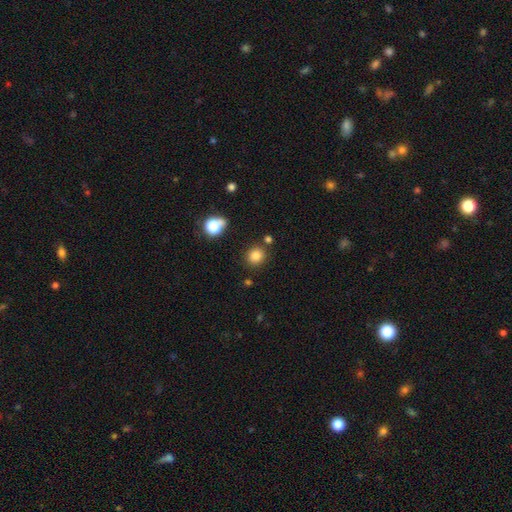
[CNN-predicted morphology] Overall: smooth (82%). How rounded: round (84%). Merging: none (83%).